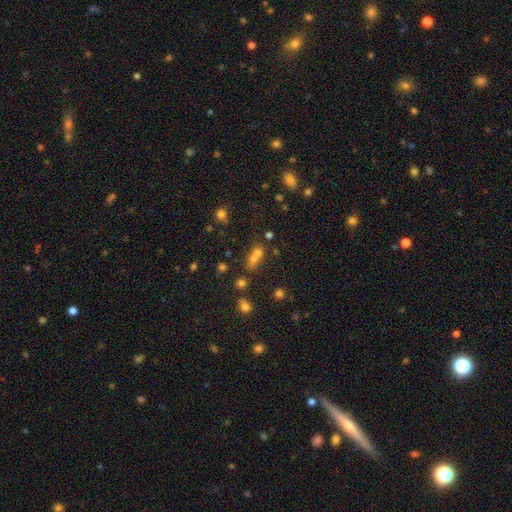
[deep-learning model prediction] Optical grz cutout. It shows a smooth galaxy with no disk features (63%) that is round (58%). Merging: merger (58%).